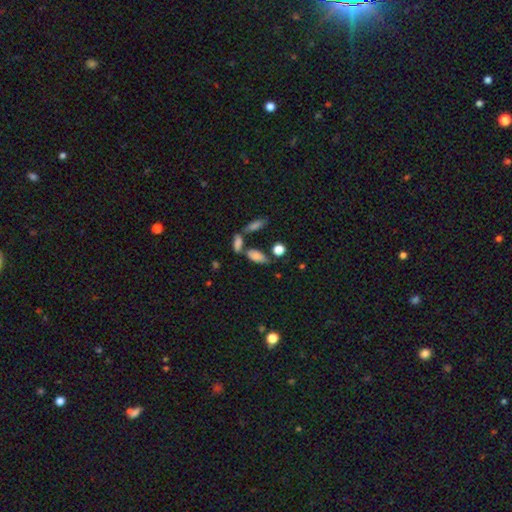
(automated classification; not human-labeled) smooth 75%, featured or disk 14%, star or artifact 12%. Down the decision tree: how rounded — in between (79%); merging — none (45%).